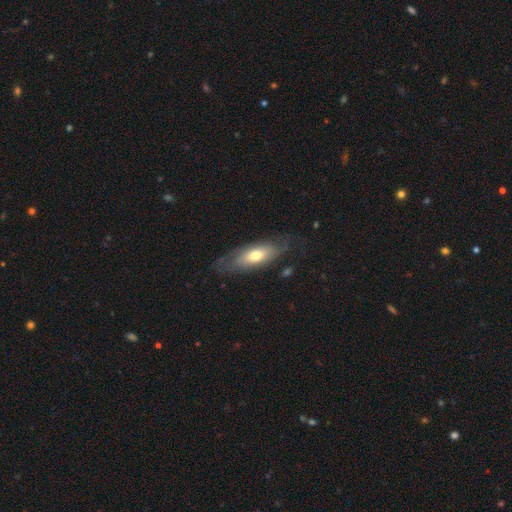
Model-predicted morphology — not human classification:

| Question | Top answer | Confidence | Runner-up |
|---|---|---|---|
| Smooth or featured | smooth | 50% | featured or disk (44%) |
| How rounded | in between | 74% | cigar-shaped (23%) |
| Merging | none | 64% | minor disturbance (22%) |